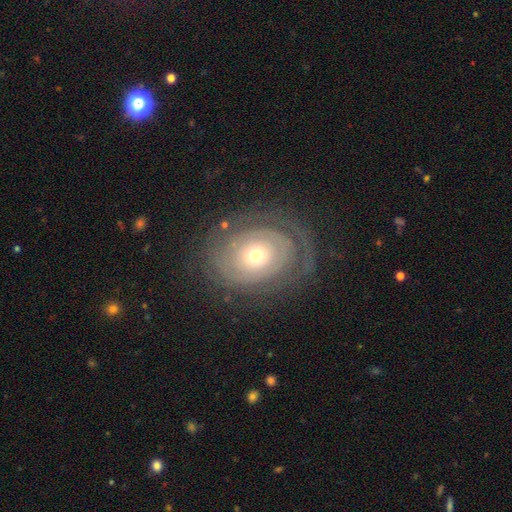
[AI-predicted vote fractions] The model was most divided on "bulge size": small: 51%, moderate: 43%, large: 4%, dominant: 1%, none: 1%. More confident: edge-on disk — no (95%); bar — no (87%); merging — none (73%); smooth or featured — featured or disk (71%); spiral arms — yes (71%).